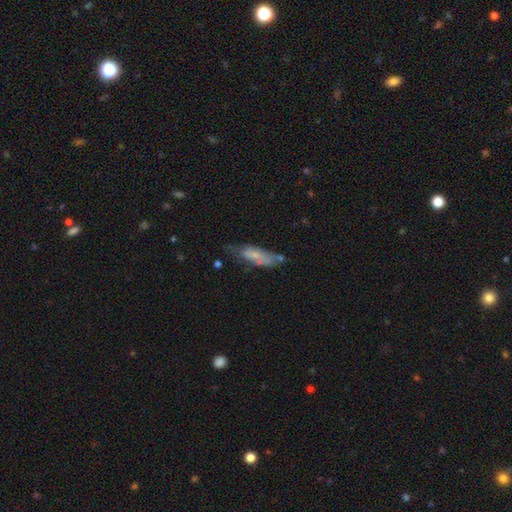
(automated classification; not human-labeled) The model was most divided on "how rounded": cigar-shaped: 53%, in between: 45%, round: 2%. Remaining: smooth or featured — smooth (60%); merging — none (42%).